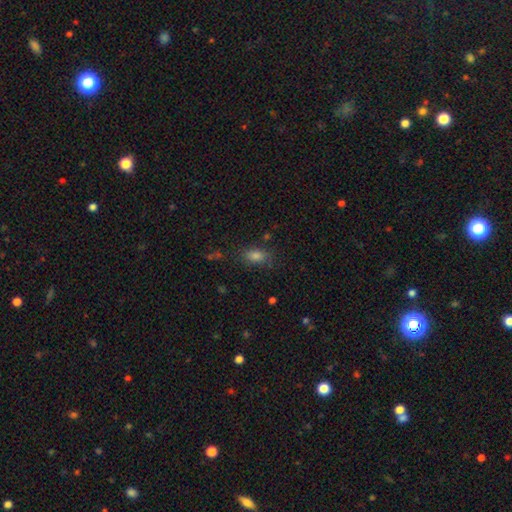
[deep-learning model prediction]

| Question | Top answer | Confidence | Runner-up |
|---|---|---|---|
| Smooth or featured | smooth | 75% | star or artifact (17%) |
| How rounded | in between | 82% | round (13%) |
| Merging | none | 79% | minor disturbance (14%) |